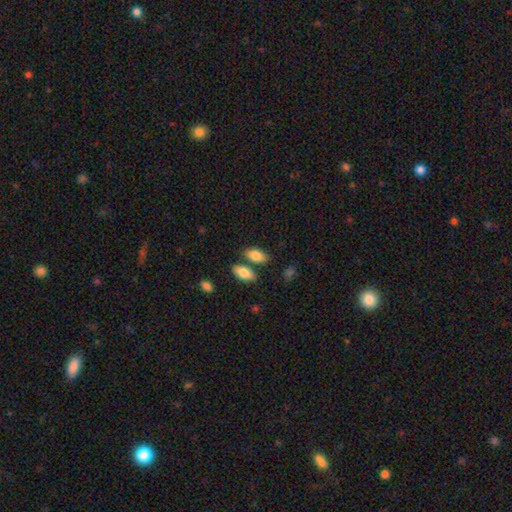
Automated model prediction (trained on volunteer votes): Smooth or featured: smooth — 83% (featured or disk — 10%)
How rounded: in between — 91% (cigar-shaped — 5%)
Merging: none — 68% (merger — 18%)